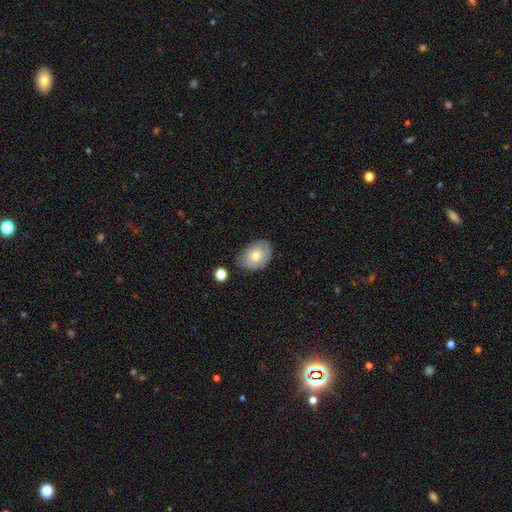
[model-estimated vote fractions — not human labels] This is likely a smooth galaxy (75%). How rounded: likely in between (74%). Merging: likely none (74%).